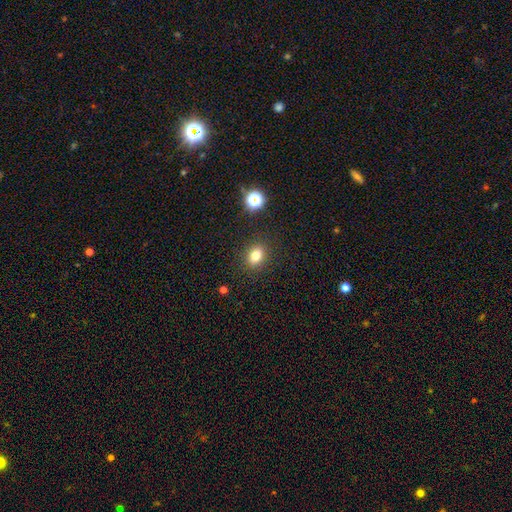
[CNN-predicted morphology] smooth 78%, star or artifact 14%, featured or disk 8%. Down the decision tree: how rounded — in between (58%); merging — none (88%).